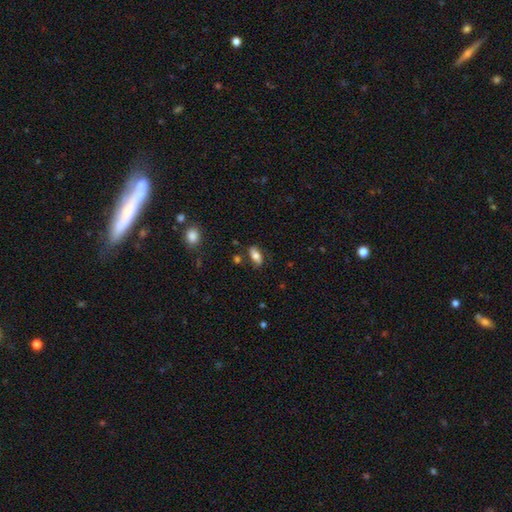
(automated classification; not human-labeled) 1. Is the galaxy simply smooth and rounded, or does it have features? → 71% smooth, 21% featured or disk, 8% star or artifact.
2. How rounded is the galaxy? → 83% in between, 13% cigar-shaped, 4% round.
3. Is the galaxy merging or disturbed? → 75% none, 17% minor disturbance, 5% major disturbance, 4% merger.